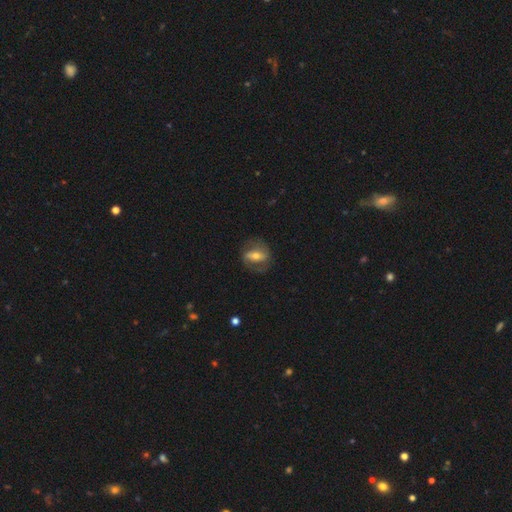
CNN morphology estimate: Smooth or featured? featured or disk (63%)
Edge-on disk? no (90%)
Bar? strong (53%)
Spiral arms? yes (70%)
Bulge size? moderate (58%)
Merging? none (72%)